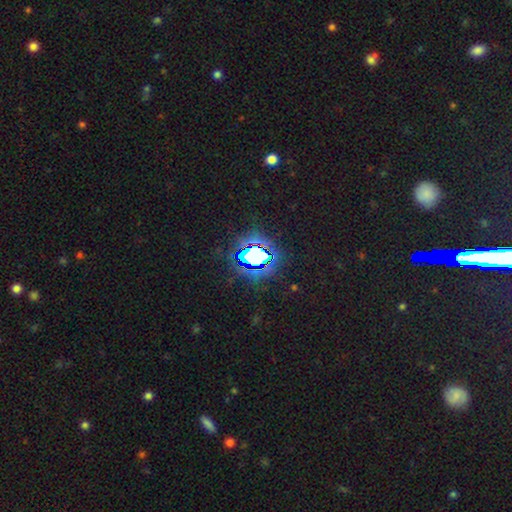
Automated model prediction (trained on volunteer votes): Overall: star or artifact (70%).